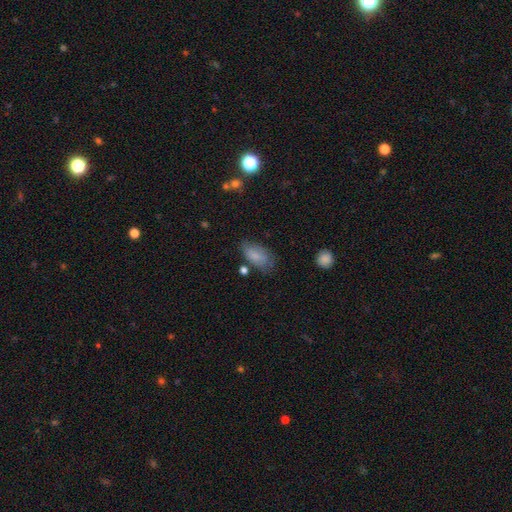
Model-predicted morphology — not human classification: smooth-or-featured: smooth: 78% | featured or disk: 14% | star or artifact: 8%
  how-rounded: in between: 91% | cigar-shaped: 5% | round: 4%
  merging: none: 59% | minor disturbance: 27% | major disturbance: 9% | merger: 5%